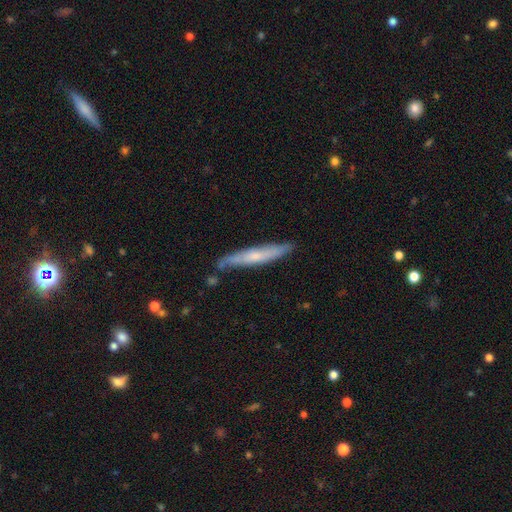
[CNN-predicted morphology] Smooth or featured: smooth — 48% (featured or disk — 46%)
Merging: none — 77% (minor disturbance — 16%)